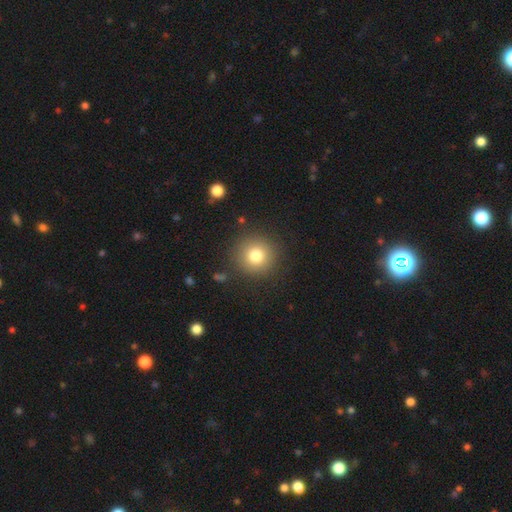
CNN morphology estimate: This appears to be a smooth galaxy with no disk features (79%) that is round (94%). Merging: none (88%).